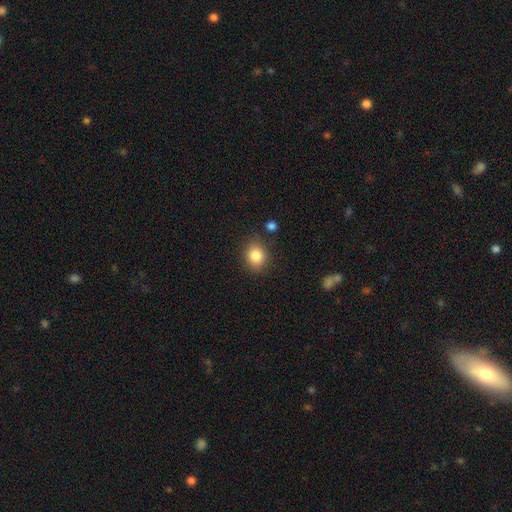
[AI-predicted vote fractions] smooth 85%, star or artifact 9%, featured or disk 6%. Down the decision tree: how rounded — round (57%); merging — none (80%).